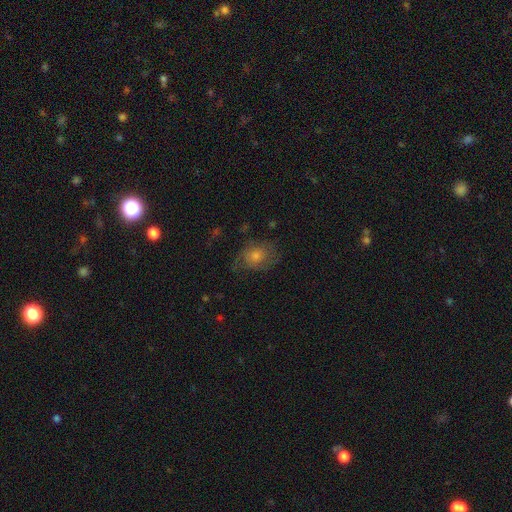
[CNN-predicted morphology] smooth 50%, featured or disk 35%, star or artifact 14%. Down the decision tree: how rounded — in between (56%); merging — none (63%).